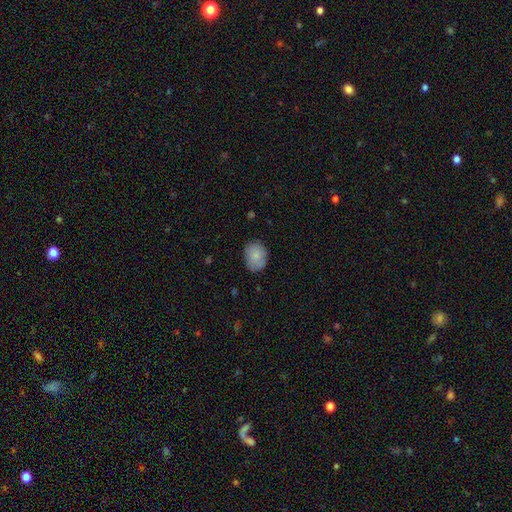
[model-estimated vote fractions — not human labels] Overall: smooth (81%). How rounded: in between (55%; round 44%). Merging: none (75%).